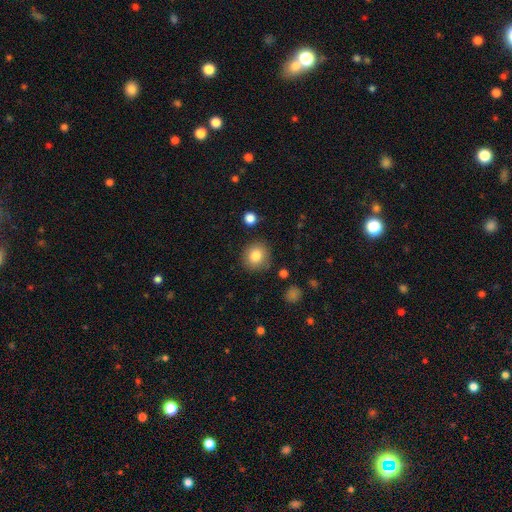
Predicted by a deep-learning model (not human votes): Smooth or featured: smooth — 82% (star or artifact — 10%)
How rounded: round — 86% (in between — 13%)
Merging: none — 86% (minor disturbance — 9%)